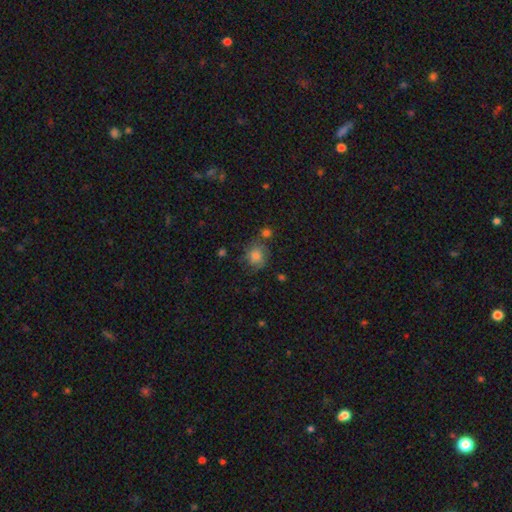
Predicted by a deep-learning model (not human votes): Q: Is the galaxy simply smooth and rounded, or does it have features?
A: smooth — 70%.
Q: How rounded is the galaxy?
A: round — 73%.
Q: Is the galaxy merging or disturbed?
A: none — 61%.